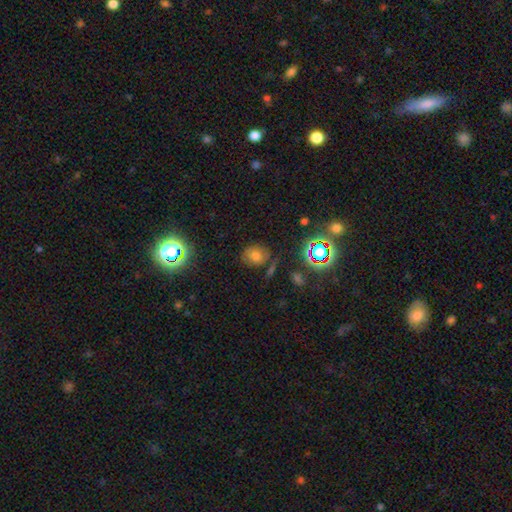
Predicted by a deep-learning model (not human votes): Smooth or featured?
  - smooth: 66% *
  - star or artifact: 22%
  - featured or disk: 13%
How rounded?
  - round: 54% *
  - in between: 44%
  - cigar-shaped: 1%
Merging?
  - none: 72% *
  - minor disturbance: 17%
  - major disturbance: 6%
  - merger: 5%